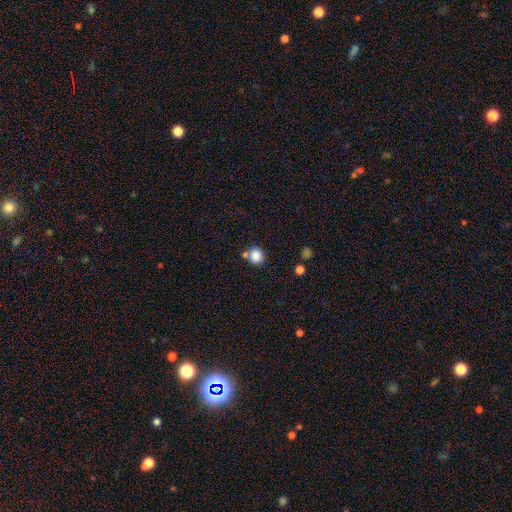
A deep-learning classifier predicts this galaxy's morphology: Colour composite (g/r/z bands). It shows a smooth galaxy with no disk features (85%) that is round (82%). Merging: none (67%).